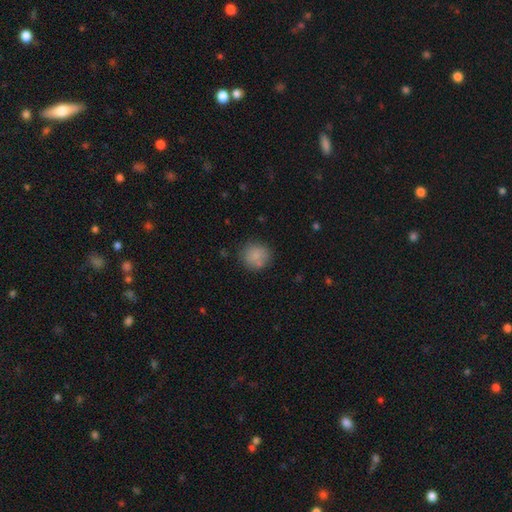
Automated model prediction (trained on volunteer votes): Morphology: type=smooth (82%); roundness=round (86%); merging=none (74%).